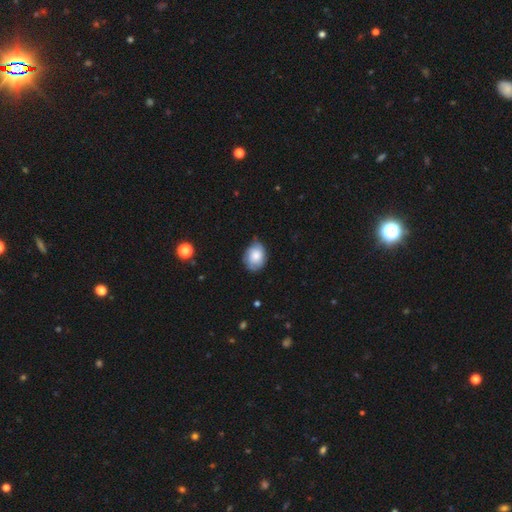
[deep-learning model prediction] This is likely a smooth galaxy (70%). How rounded: likely in between (65%). Merging: likely none (67%).